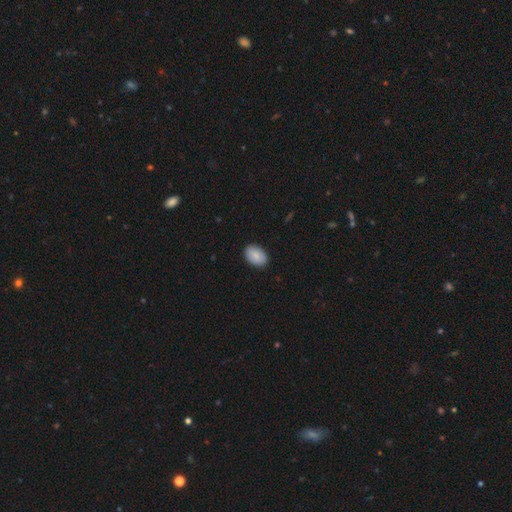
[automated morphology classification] This is clearly a smooth galaxy (86%). How rounded: clearly in between (88%). Merging: clearly none (88%).